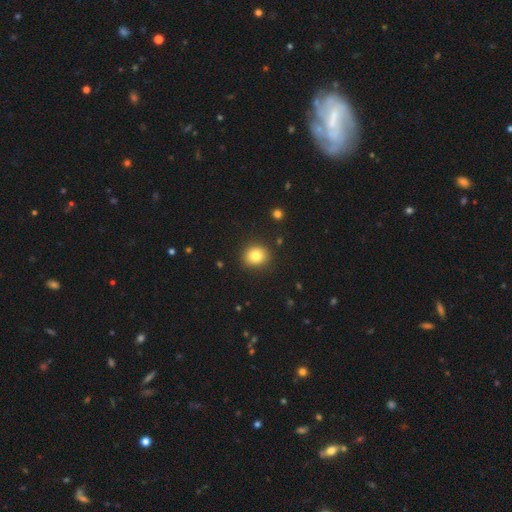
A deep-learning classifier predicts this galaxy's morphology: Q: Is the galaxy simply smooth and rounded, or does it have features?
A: smooth — 81%.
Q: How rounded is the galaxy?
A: round — 76%.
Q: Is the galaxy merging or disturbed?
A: none — 89%.